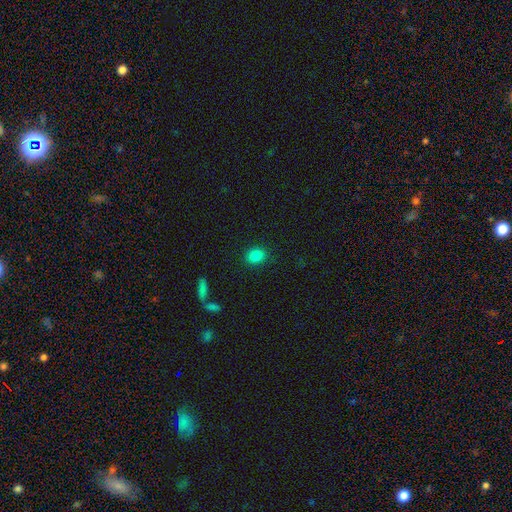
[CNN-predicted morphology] Smooth or featured: smooth — 85% (star or artifact — 10%)
How rounded: in between — 57% (round — 42%)
Merging: none — 88% (minor disturbance — 8%)